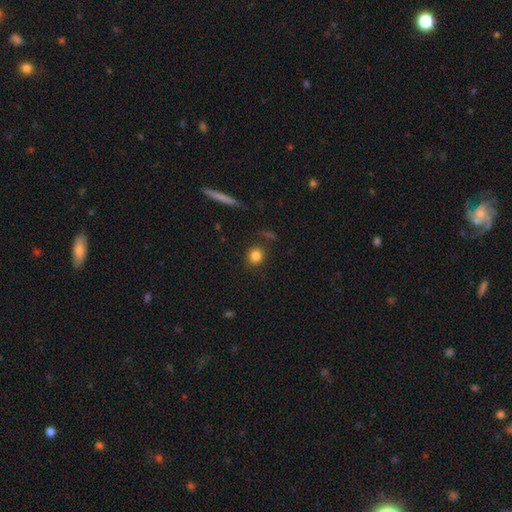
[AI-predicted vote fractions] smooth 84%, star or artifact 10%, featured or disk 6%. Down the decision tree: how rounded — round (80%); merging — none (85%).